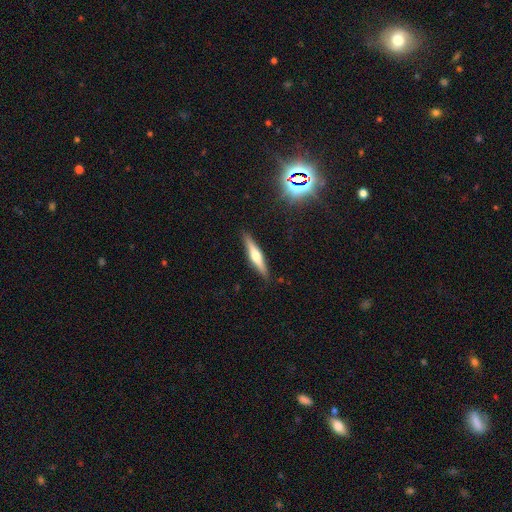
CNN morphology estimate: Smooth or featured? featured or disk (61%)
Edge-on disk? yes (97%)
Edge-on bulge? rounded (88%)
Merging? none (89%)